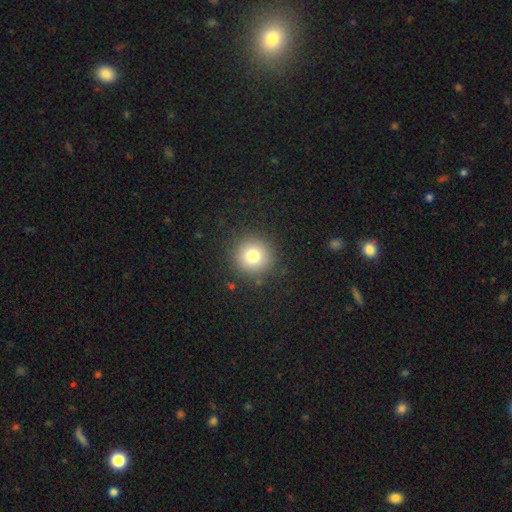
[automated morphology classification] smooth 78%, star or artifact 13%, featured or disk 9%. Down the decision tree: how rounded — round (94%); merging — none (89%).